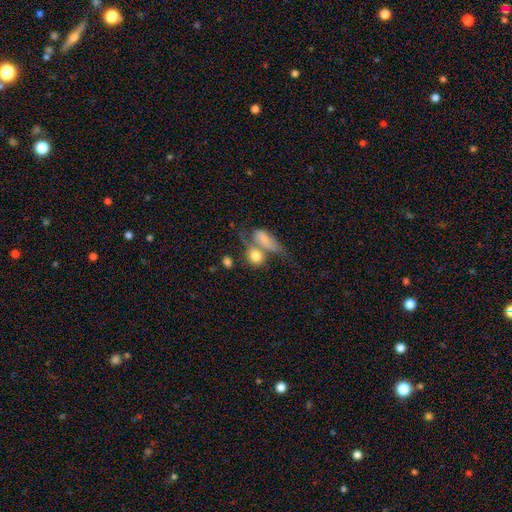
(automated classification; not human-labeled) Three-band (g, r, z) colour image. It shows a smooth galaxy with no disk features (75%) that is round (60%). Merging: merger (55%).